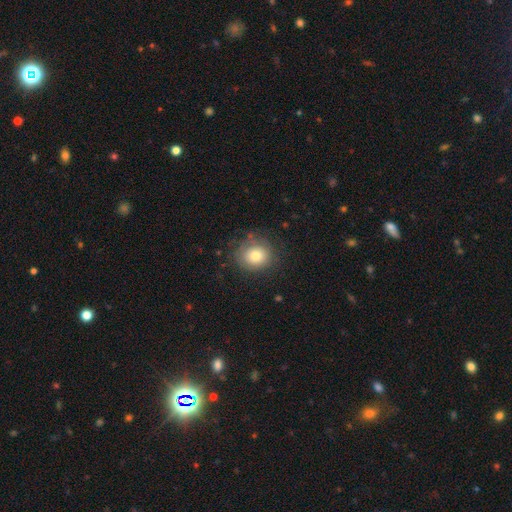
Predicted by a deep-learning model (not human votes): A smooth galaxy with no disk features (76%) that is round (83%).

Vote fractions:
- Smooth or featured? smooth: 76% / featured or disk: 14% / star or artifact: 10%
- How rounded? round: 83% / in between: 16% / cigar-shaped: 1%
- Merging? none: 78% / minor disturbance: 15% / major disturbance: 6% / merger: 1%